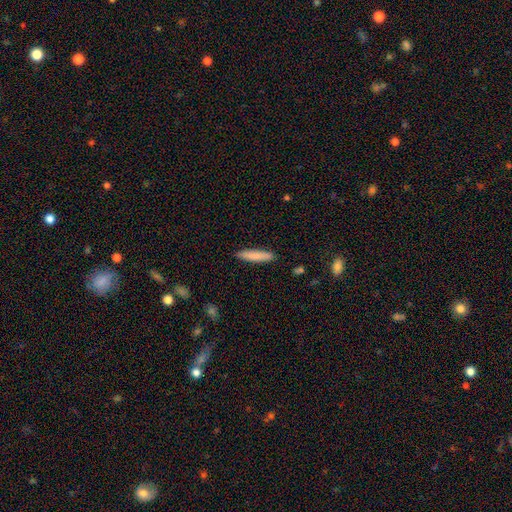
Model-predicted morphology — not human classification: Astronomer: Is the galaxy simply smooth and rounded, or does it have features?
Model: smooth — 83%.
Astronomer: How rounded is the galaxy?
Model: cigar-shaped — 89%.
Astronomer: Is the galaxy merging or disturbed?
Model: none — 89%.